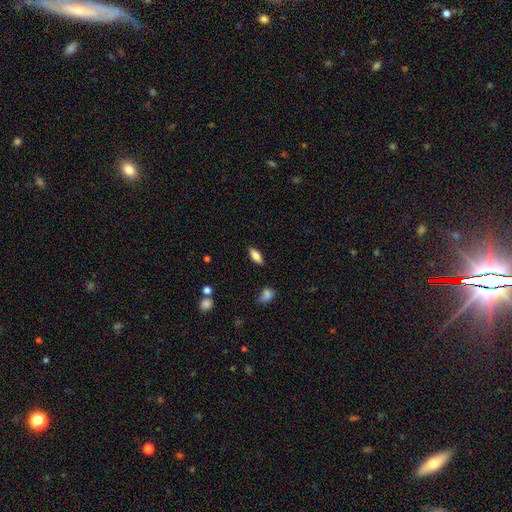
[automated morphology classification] Smooth or featured? smooth (70%)
How rounded? in between (73%)
Merging? none (85%)